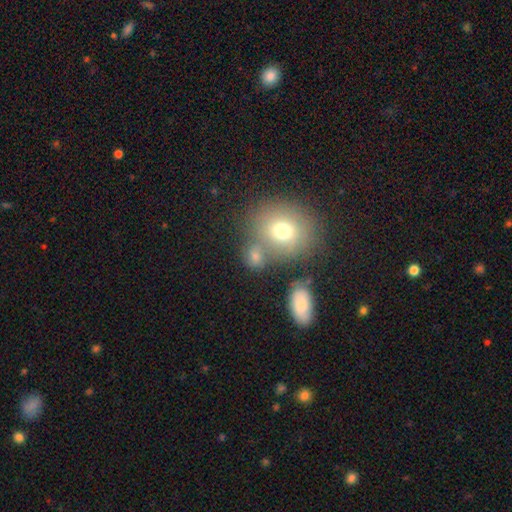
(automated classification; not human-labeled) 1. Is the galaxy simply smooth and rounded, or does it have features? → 71% smooth, 15% star or artifact, 14% featured or disk.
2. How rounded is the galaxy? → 64% round, 34% in between, 2% cigar-shaped.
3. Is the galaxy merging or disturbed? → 56% none, 25% merger, 13% minor disturbance, 7% major disturbance.